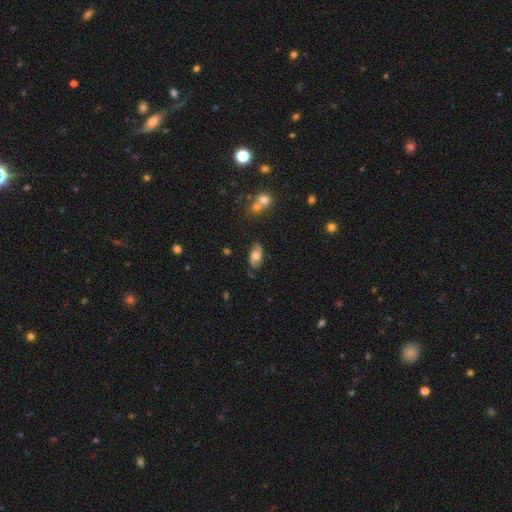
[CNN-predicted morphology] A smooth galaxy with no disk features (59%) that is in between round and cigar-shaped (91%). Merging: none (77%).